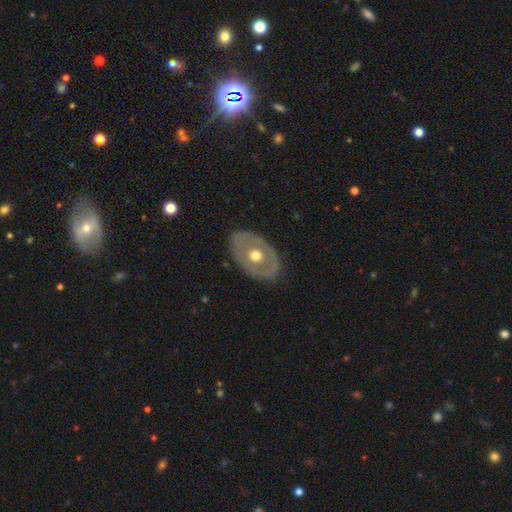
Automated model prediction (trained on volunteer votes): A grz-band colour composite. It shows a featured or disk galaxy (56%) with no bar (93%), no spiral arms (92%) and a moderate central bulge (76%). Merging: none (81%).